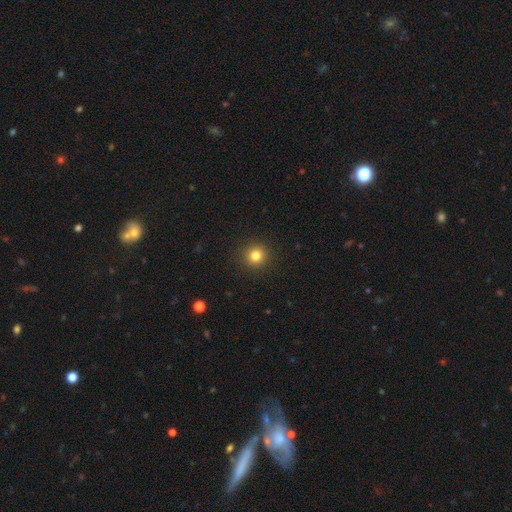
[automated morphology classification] type=smooth (81%); roundness=round (94%); merging=none (92%).